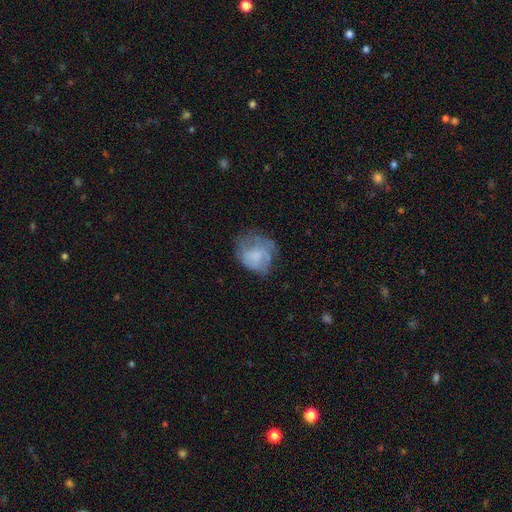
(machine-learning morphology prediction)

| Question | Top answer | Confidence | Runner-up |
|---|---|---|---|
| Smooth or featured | smooth | 46% | featured or disk (45%) |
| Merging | none | 48% | minor disturbance (28%) |